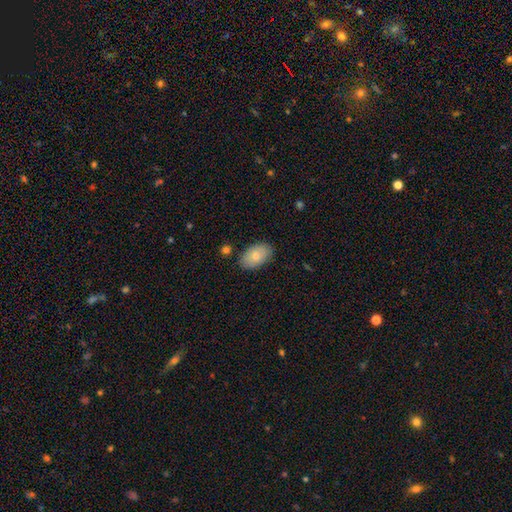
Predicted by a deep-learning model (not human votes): smooth 78%, featured or disk 16%, star or artifact 7%. Down the decision tree: how rounded — in between (92%); merging — none (82%).